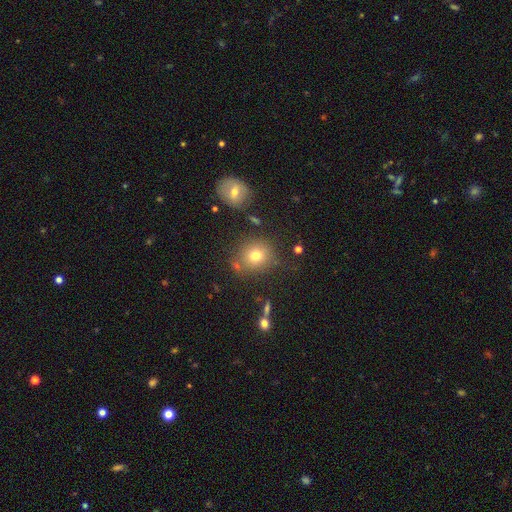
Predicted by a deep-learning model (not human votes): Smooth or featured: smooth — 75% (star or artifact — 14%)
How rounded: round — 81% (in between — 18%)
Merging: none — 77% (minor disturbance — 11%)